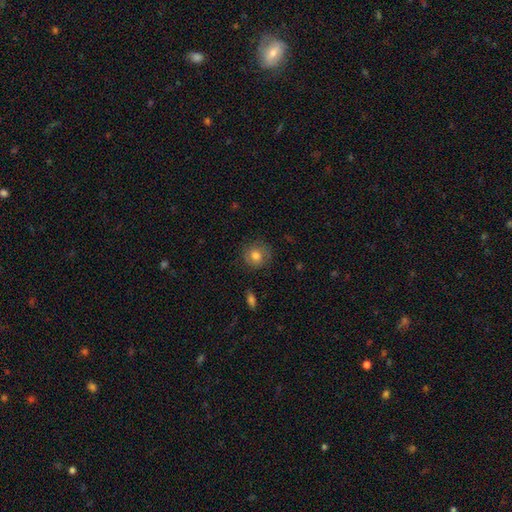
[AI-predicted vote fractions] Q: Smooth or featured?
A: smooth (75%); runner-up: featured or disk (16%)
Q: How rounded?
A: round (86%); runner-up: in between (13%)
Q: Merging?
A: none (80%); runner-up: minor disturbance (14%)